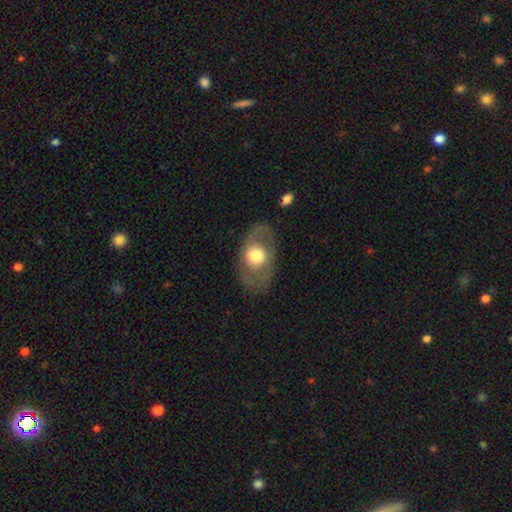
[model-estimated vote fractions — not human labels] Smooth or featured?
  - smooth: 48% *
  - featured or disk: 46%
  - star or artifact: 6%
Merging?
  - none: 76% *
  - minor disturbance: 14%
  - major disturbance: 8%
  - merger: 1%